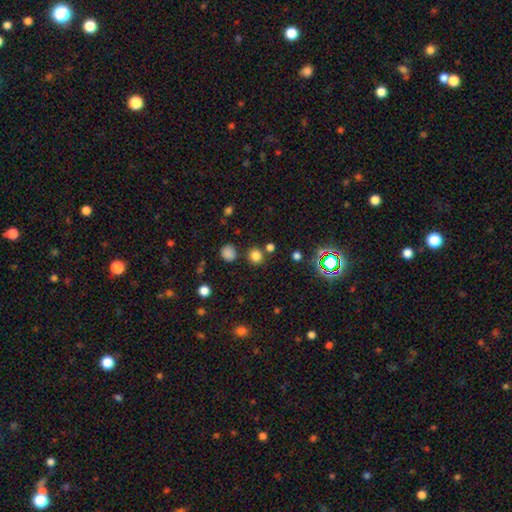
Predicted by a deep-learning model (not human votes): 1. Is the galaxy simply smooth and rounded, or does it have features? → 77% smooth, 19% star or artifact, 5% featured or disk.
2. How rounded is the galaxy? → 90% round, 9% in between, 1% cigar-shaped.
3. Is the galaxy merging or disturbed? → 79% none, 10% merger, 7% minor disturbance, 3% major disturbance.